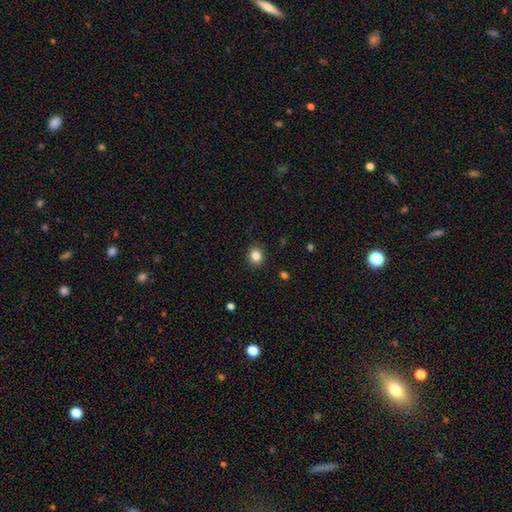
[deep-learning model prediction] A smooth galaxy with no disk features (84%) that is round (76%).

Vote fractions:
- Smooth or featured? smooth: 84% / star or artifact: 11% / featured or disk: 5%
- How rounded? round: 76% / in between: 24% / cigar-shaped: 1%
- Merging? none: 90% / minor disturbance: 7% / major disturbance: 2% / merger: 1%